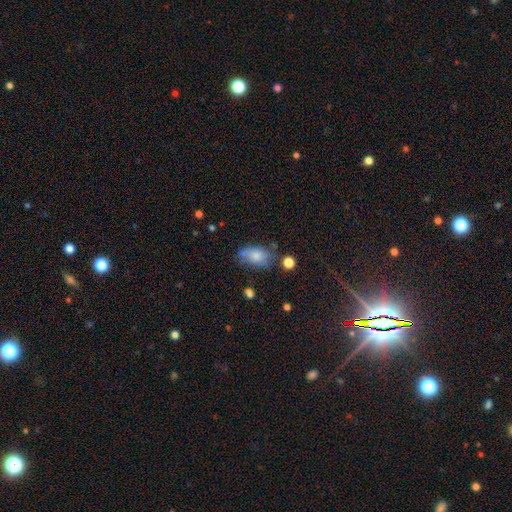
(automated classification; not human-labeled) A smooth galaxy with no disk features (76%) that is in between round and cigar-shaped (88%).

Vote fractions:
- Smooth or featured? smooth: 76% / featured or disk: 15% / star or artifact: 9%
- How rounded? in between: 88% / round: 10% / cigar-shaped: 3%
- Merging? none: 56% / minor disturbance: 26% / major disturbance: 9% / merger: 9%